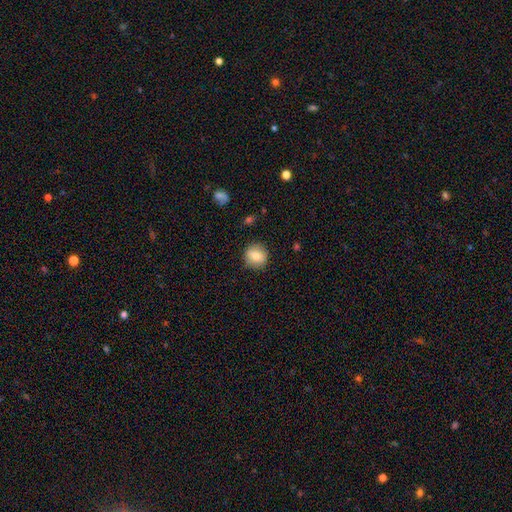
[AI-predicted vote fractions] Overall: smooth (77%). How rounded: round (88%). Merging: none (86%).